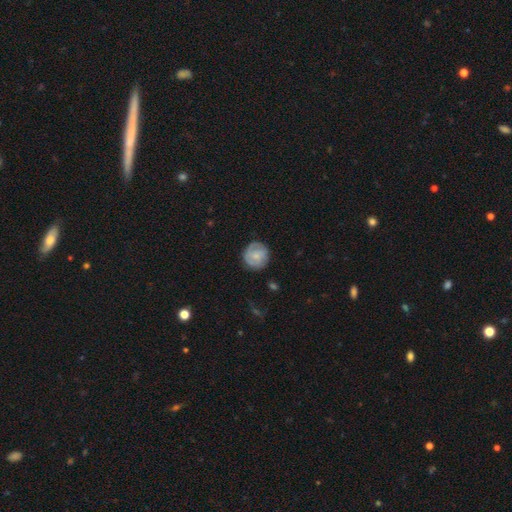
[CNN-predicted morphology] Smooth or featured? featured or disk (47%)
Merging? none (80%)